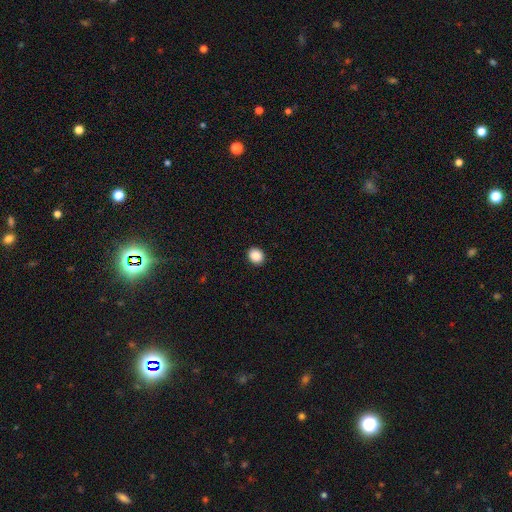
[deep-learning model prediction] Morphology: type=smooth (89%); roundness=round (64%); merging=none (92%).